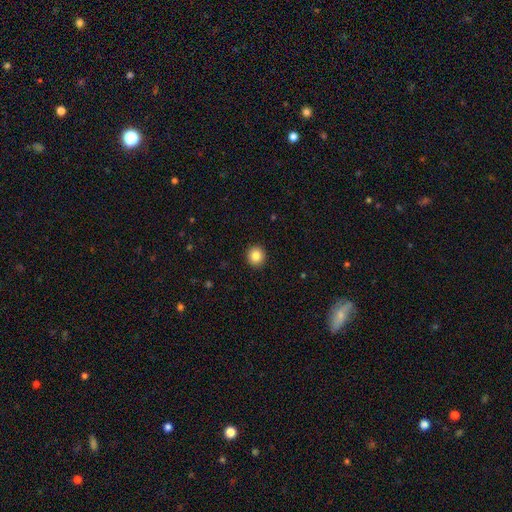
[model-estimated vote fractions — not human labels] A smooth galaxy with no disk features (84%) that is round (92%). Merging: none (93%).